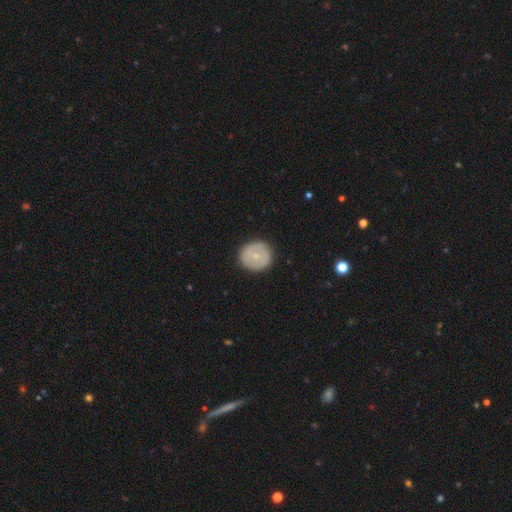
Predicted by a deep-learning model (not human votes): This appears to be a smooth galaxy with no disk features (65%) that is round (93%). Merging: none (90%).